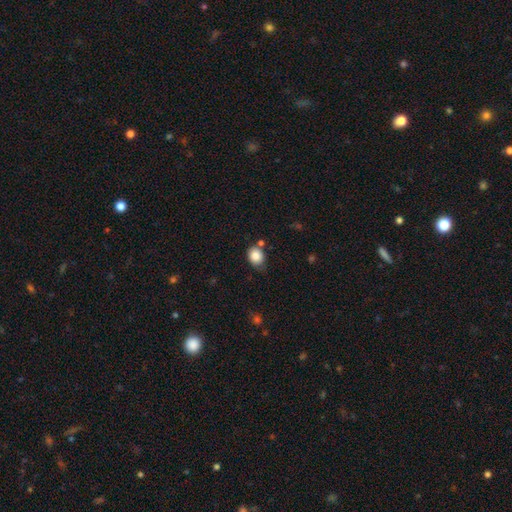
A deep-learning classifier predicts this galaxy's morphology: Smooth or featured? smooth (85%)
How rounded? round (56%)
Merging? none (64%)